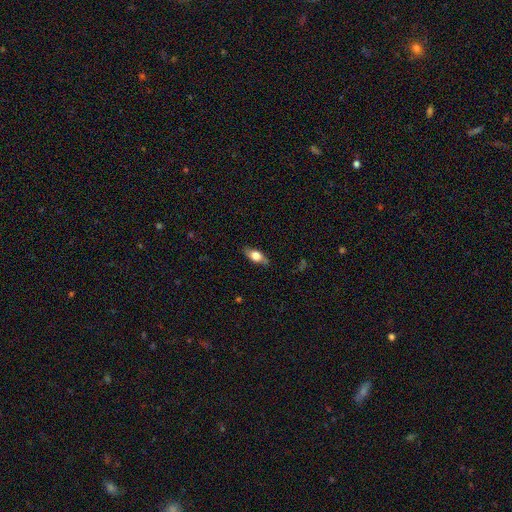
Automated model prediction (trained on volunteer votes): A smooth galaxy with no disk features (63%) that is in between round and cigar-shaped (77%).

Vote fractions:
- Smooth or featured? smooth: 63% / featured or disk: 30% / star or artifact: 7%
- How rounded? in between: 77% / cigar-shaped: 18% / round: 5%
- Merging? none: 82% / minor disturbance: 14% / major disturbance: 3% / merger: 1%